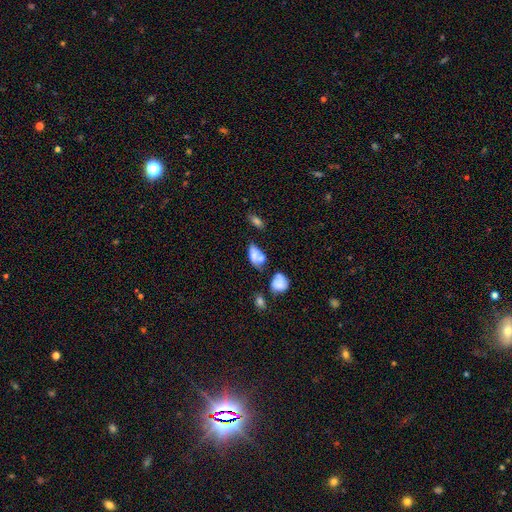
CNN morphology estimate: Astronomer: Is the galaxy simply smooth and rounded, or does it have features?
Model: smooth — 64%.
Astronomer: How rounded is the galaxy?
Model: in between — 86%.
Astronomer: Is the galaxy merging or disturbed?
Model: merger — 38% (runner-up: none, 28%).